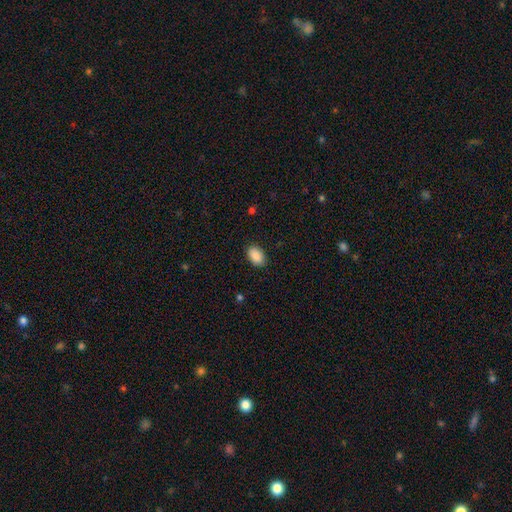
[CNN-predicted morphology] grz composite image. It shows a smooth galaxy with no disk features (90%) that is in between round and cigar-shaped (90%). Merging: none (88%).